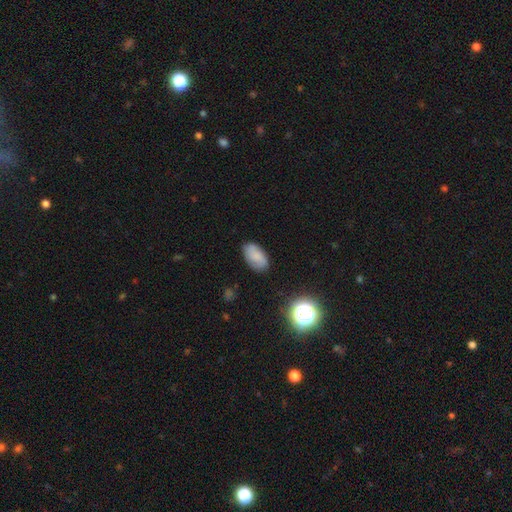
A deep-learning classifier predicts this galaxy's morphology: This appears to be a smooth galaxy with no disk features (78%) that is in between round and cigar-shaped (94%). Merging: none (79%).